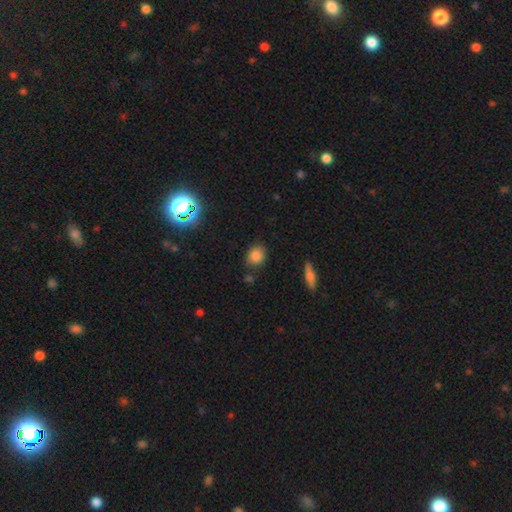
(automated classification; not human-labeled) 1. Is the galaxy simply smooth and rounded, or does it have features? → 82% smooth, 12% star or artifact, 6% featured or disk.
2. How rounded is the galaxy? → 62% round, 36% in between, 2% cigar-shaped.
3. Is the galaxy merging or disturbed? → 80% none, 13% minor disturbance, 4% merger, 3% major disturbance.